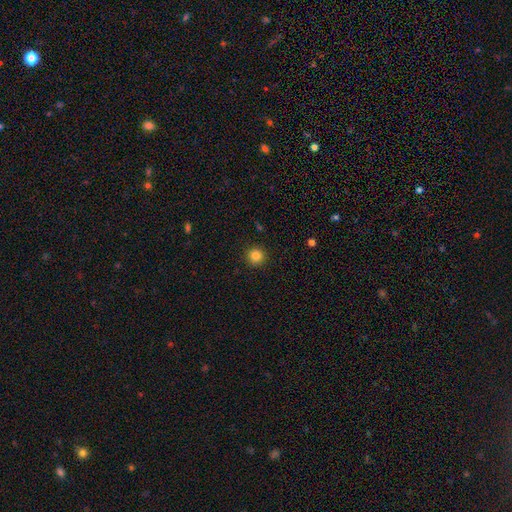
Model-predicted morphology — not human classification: A smooth galaxy with no disk features (84%) that is round (94%). Merging: none (92%).